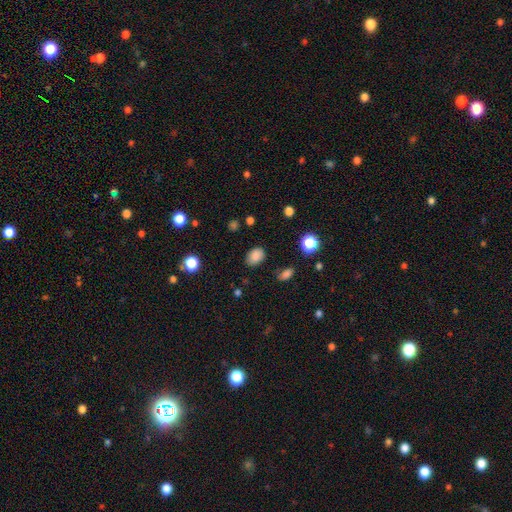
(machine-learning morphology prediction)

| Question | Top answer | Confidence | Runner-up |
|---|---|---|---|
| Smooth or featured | smooth | 83% | star or artifact (12%) |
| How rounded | in between | 74% | round (25%) |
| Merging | none | 80% | minor disturbance (14%) |